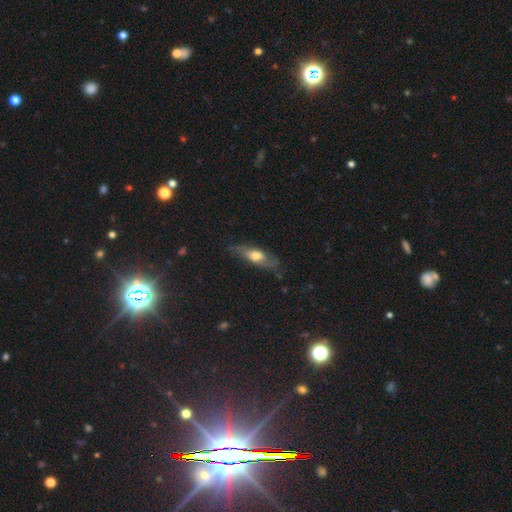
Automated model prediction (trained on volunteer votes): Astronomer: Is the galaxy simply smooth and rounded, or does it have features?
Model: featured or disk — 50% (runner-up: smooth, 43%).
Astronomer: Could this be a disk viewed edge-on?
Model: no — 57% (runner-up: yes, 43%).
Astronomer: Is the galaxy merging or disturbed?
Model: none — 69%.